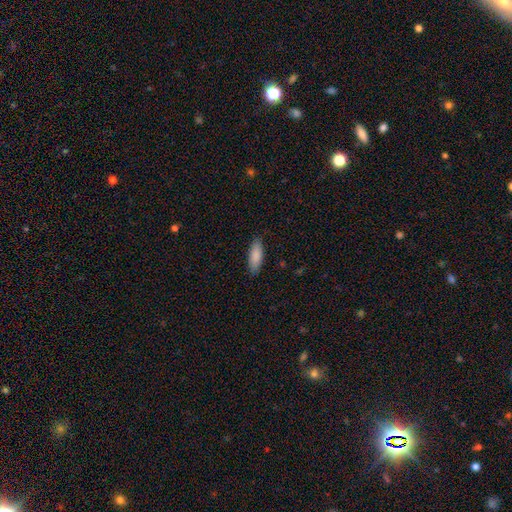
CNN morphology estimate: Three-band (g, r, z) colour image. It shows a smooth galaxy with no disk features (88%) that is in between round and cigar-shaped (62%). Merging: none (87%).